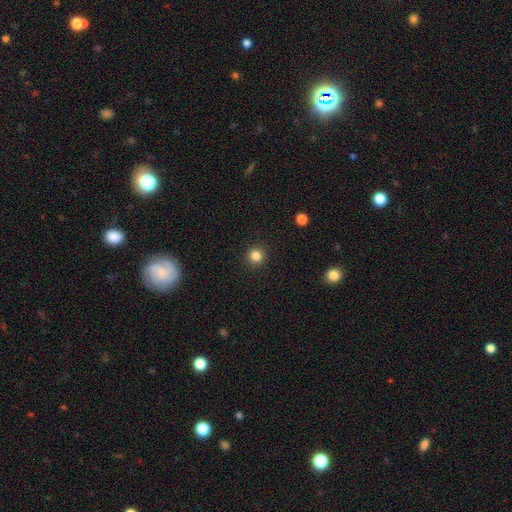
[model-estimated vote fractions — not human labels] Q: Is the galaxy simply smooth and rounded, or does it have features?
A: smooth — 84%.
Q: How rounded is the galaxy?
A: round — 95%.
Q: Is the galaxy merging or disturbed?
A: none — 93%.